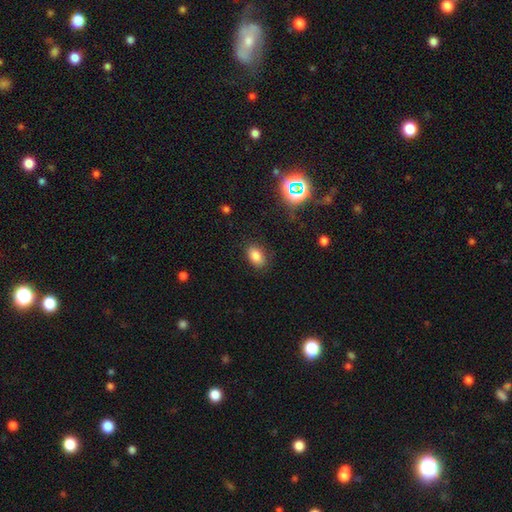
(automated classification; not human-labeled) Smooth or featured? Predicted: smooth (p=0.83). How rounded? Predicted: in between (p=0.85). Merging? Predicted: none (p=0.84).